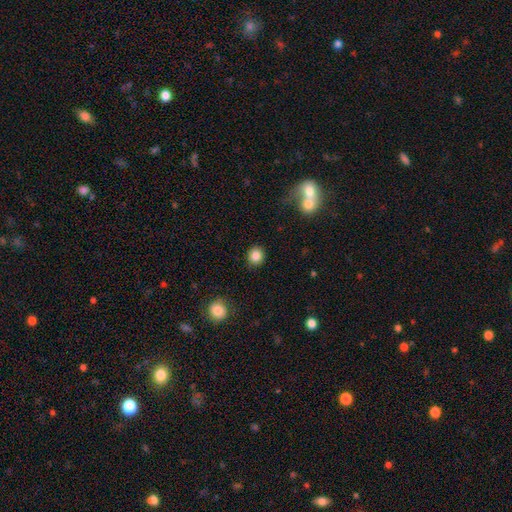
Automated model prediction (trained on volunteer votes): Morphology: type=smooth (85%); roundness=round (84%); merging=none (89%).